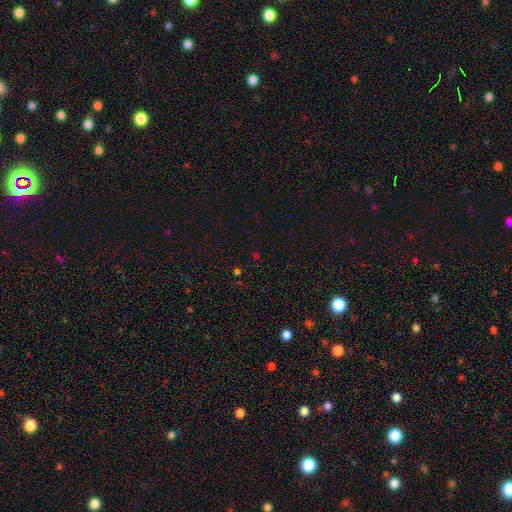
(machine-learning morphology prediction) Smooth or featured: star or artifact — 58% (smooth — 35%)